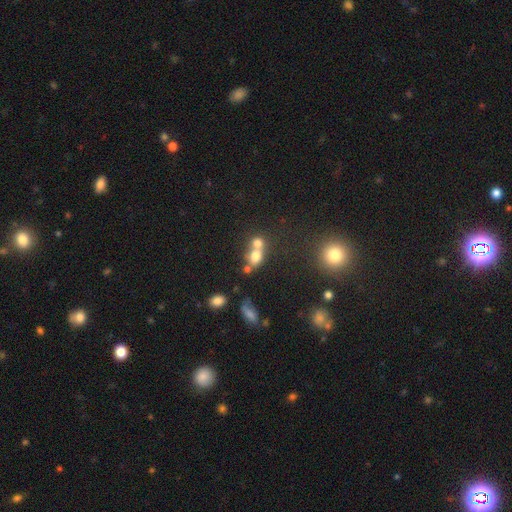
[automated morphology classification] The model was most divided on "how rounded": round: 55%, in between: 43%, cigar-shaped: 2%. More confident: smooth or featured — smooth (71%); merging — merger (62%).